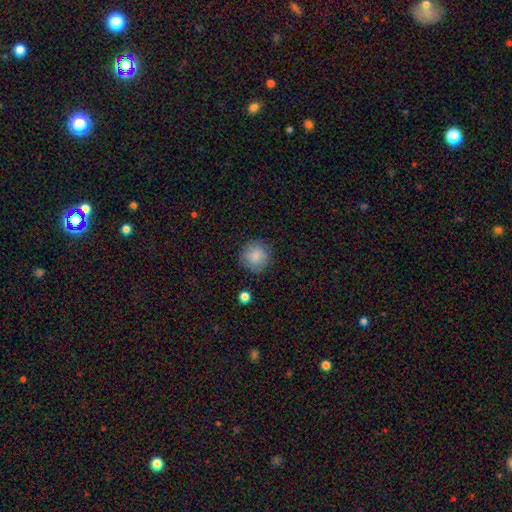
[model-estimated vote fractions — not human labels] Smooth or featured: smooth — 82% (featured or disk — 10%)
How rounded: round — 89% (in between — 10%)
Merging: none — 81% (minor disturbance — 13%)